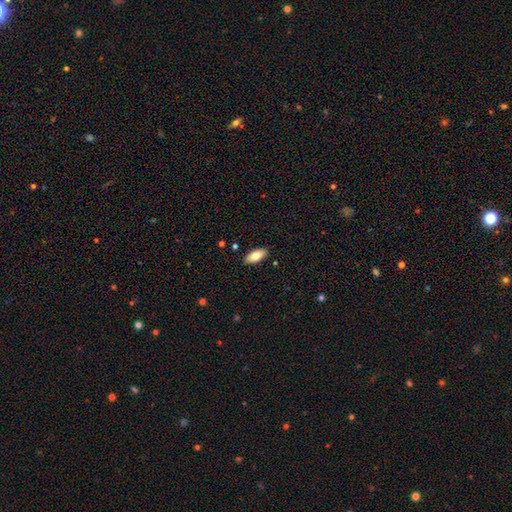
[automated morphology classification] Smooth or featured: smooth — 79% (featured or disk — 15%)
How rounded: in between — 88% (cigar-shaped — 10%)
Merging: none — 89% (minor disturbance — 8%)